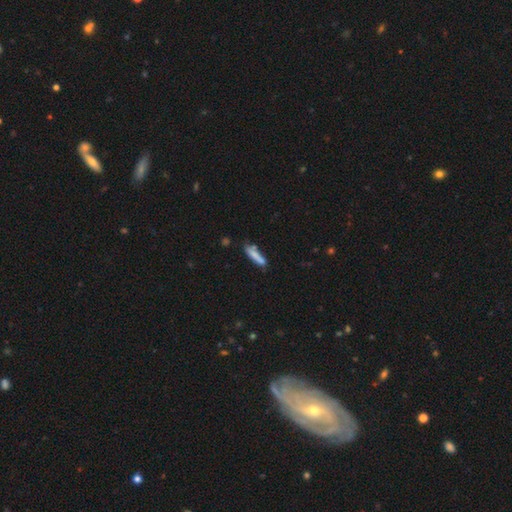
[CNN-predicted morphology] Smooth or featured: smooth — 79% (featured or disk — 14%)
How rounded: cigar-shaped — 82% (in between — 17%)
Merging: none — 67% (minor disturbance — 21%)